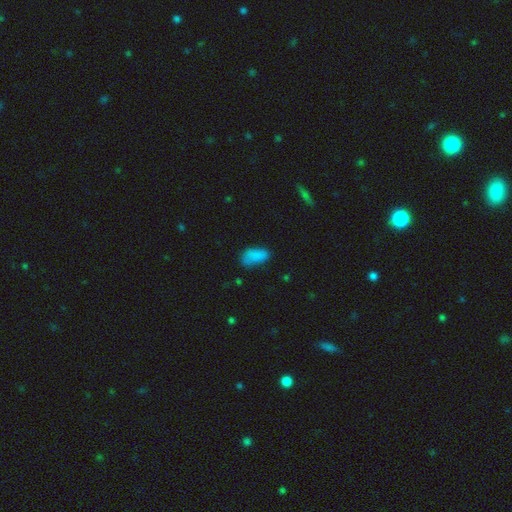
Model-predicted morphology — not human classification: Smooth or featured? Predicted: smooth (p=0.81). How rounded? Predicted: in between (p=0.92). Merging? Predicted: none (p=0.53).